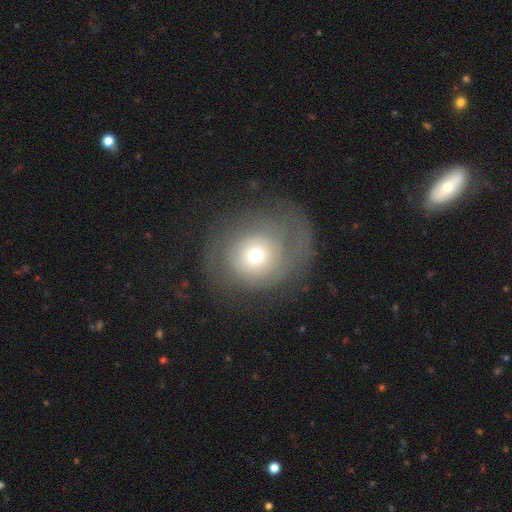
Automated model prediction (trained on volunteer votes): This appears to be a featured or disk galaxy (48%). Merging: none (61%).